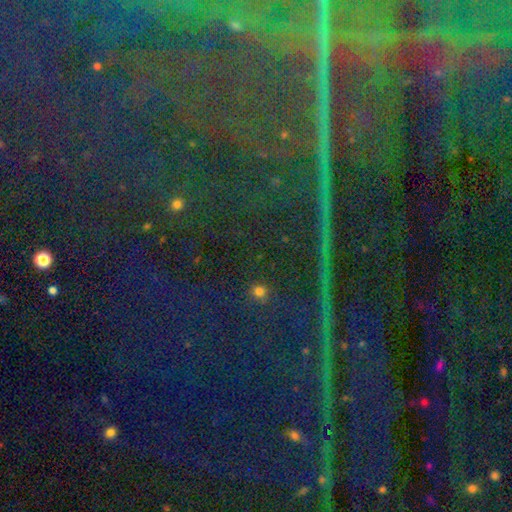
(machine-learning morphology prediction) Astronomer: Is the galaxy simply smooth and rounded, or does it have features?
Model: star or artifact — 80%.